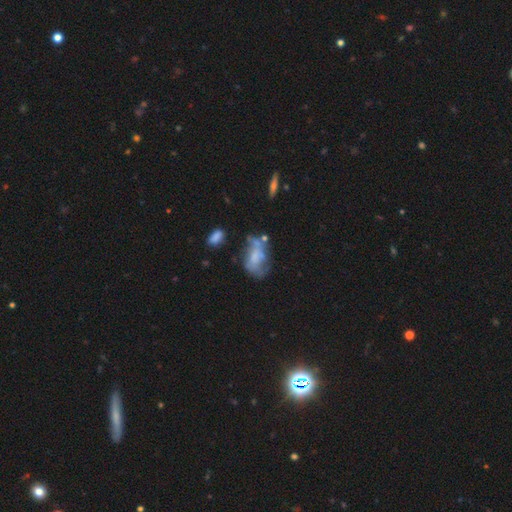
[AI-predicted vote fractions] A featured or disk galaxy (49%). Merging: none (32%).